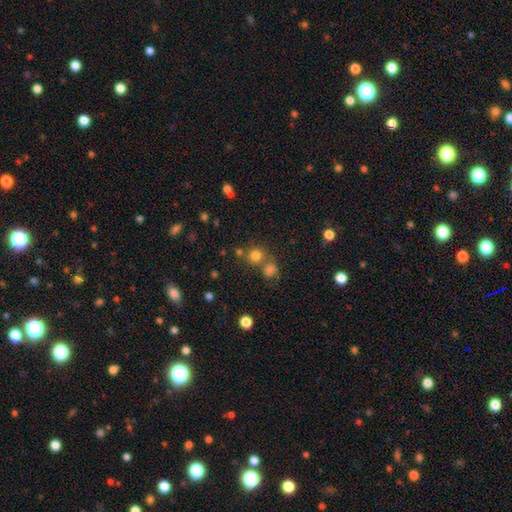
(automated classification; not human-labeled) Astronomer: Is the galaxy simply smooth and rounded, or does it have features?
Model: smooth — 76%.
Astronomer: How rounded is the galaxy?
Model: round — 87%.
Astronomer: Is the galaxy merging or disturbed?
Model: none — 58%.